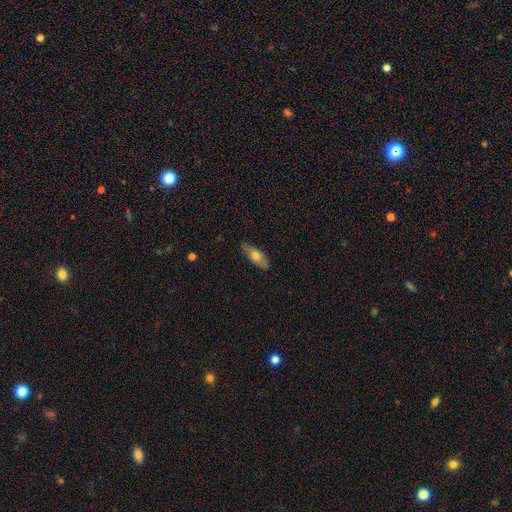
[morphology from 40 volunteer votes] A smooth galaxy with no disk features (72%) that is in between round and cigar-shaped (72%).

Vote fractions:
- Smooth or featured? smooth: 72% / featured or disk: 25% / star or artifact: 2%
- How rounded? in between: 72% / cigar-shaped: 24% / round: 3%
- Merging? none: 85% / minor disturbance: 15% / major disturbance: 0% / merger: 0%